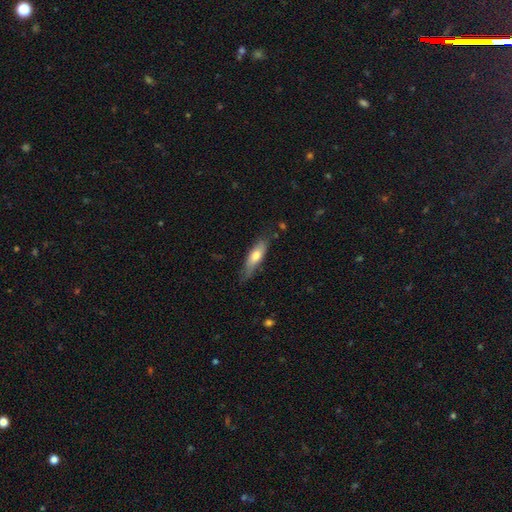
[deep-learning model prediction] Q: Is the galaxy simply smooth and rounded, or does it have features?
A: smooth — 65%.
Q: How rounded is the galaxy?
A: cigar-shaped — 54%.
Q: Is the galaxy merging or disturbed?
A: none — 67%.